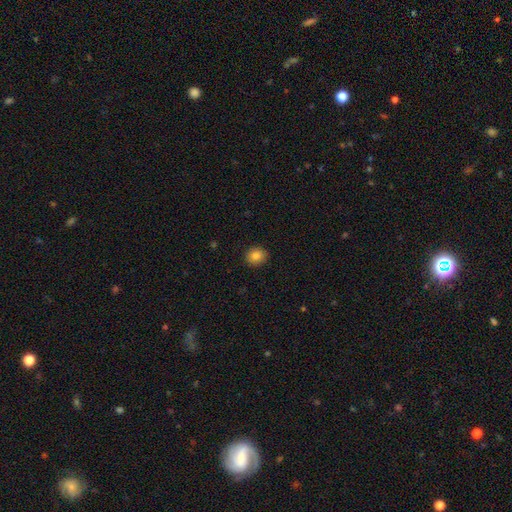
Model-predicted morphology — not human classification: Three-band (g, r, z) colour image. It shows a smooth galaxy with no disk features (84%) that is round (76%). Merging: none (90%).